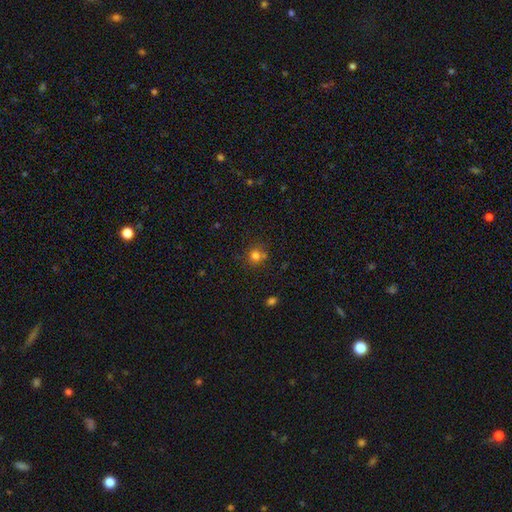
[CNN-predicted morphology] This appears to be a smooth galaxy with no disk features (78%) that is round (87%). Merging: none (67%).